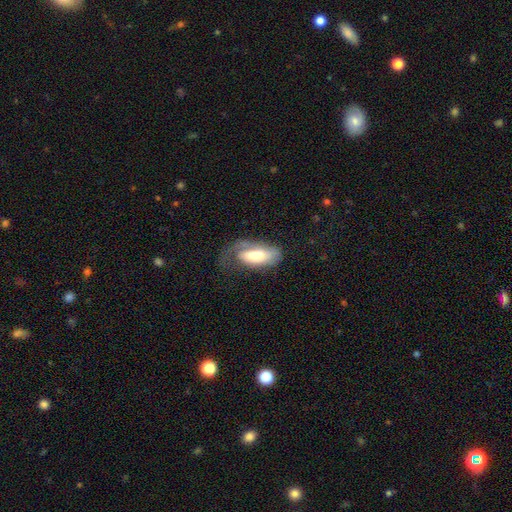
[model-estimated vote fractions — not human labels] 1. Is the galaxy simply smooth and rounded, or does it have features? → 56% smooth, 38% featured or disk, 6% star or artifact.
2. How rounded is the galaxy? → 84% in between, 14% cigar-shaped, 2% round.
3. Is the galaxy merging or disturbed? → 36% major disturbance, 35% none, 27% minor disturbance, 2% merger.